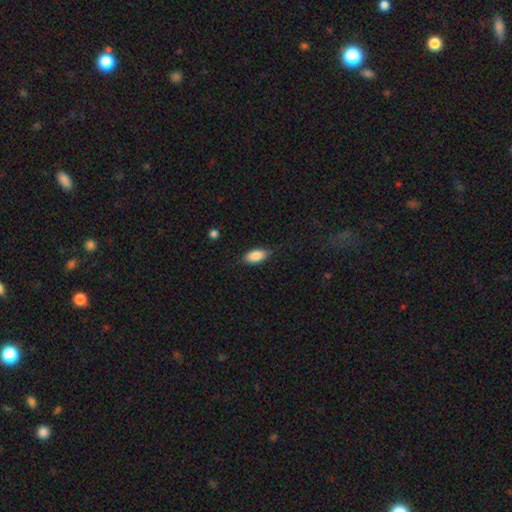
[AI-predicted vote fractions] Smooth or featured: smooth — 86% (featured or disk — 7%)
How rounded: in between — 90% (cigar-shaped — 7%)
Merging: none — 79% (minor disturbance — 17%)